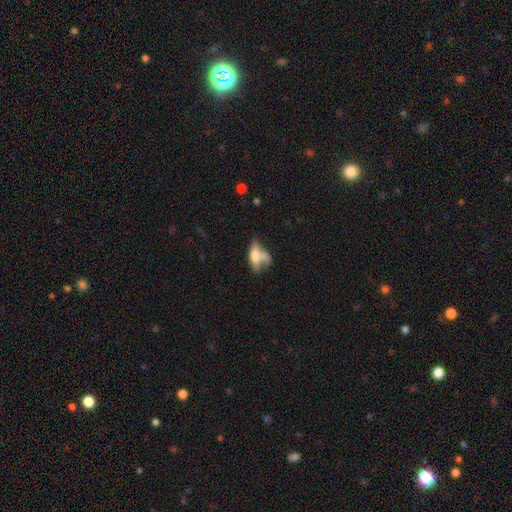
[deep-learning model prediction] Smooth or featured? smooth (59%)
How rounded? in between (66%)
Merging? merger (42%)